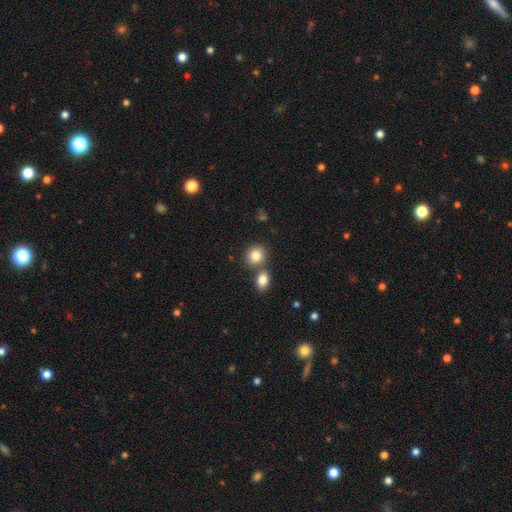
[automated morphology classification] Smooth or featured: smooth — 83% (star or artifact — 9%)
How rounded: round — 73% (in between — 26%)
Merging: none — 58% (merger — 31%)